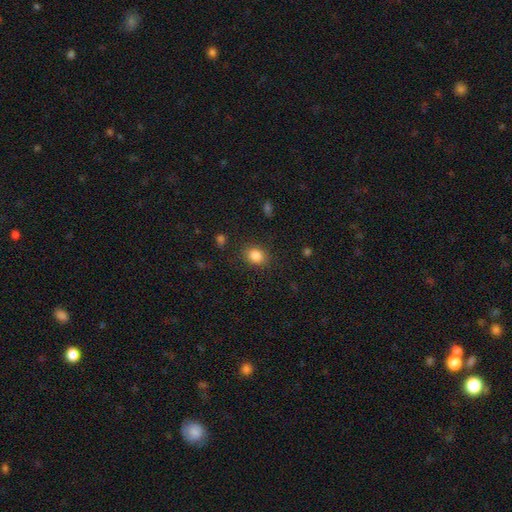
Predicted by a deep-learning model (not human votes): smooth_or_featured: smooth (p=0.85) [alt: star or artifact p=0.10]
how_rounded: round (p=0.51) [alt: in between p=0.48]
merging: none (p=0.85) [alt: minor disturbance p=0.10]